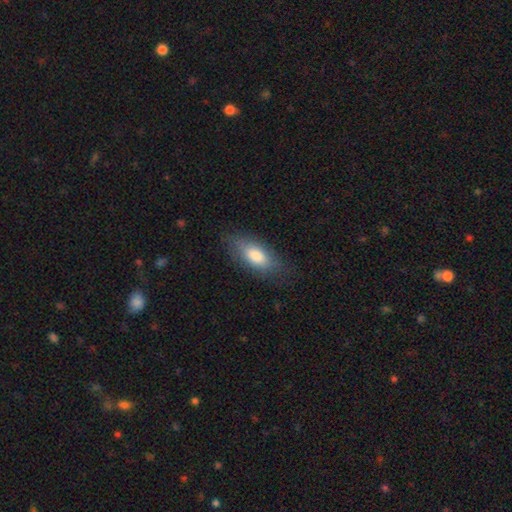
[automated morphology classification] This appears to be a smooth galaxy with no disk features (78%) that is in between round and cigar-shaped (79%). Merging: none (78%).